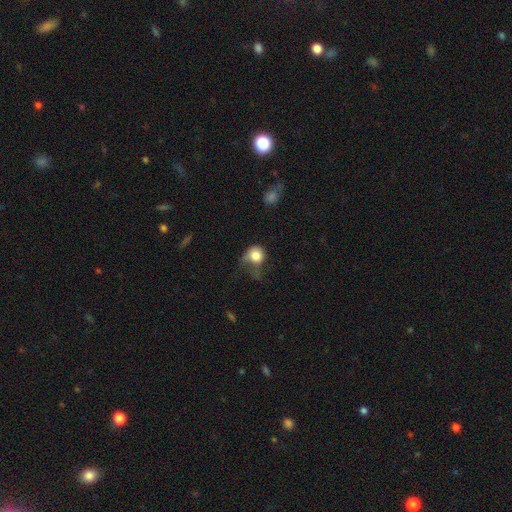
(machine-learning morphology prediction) smooth 79%, featured or disk 12%, star or artifact 9%. Down the decision tree: how rounded — round (75%); merging — major disturbance (38%).